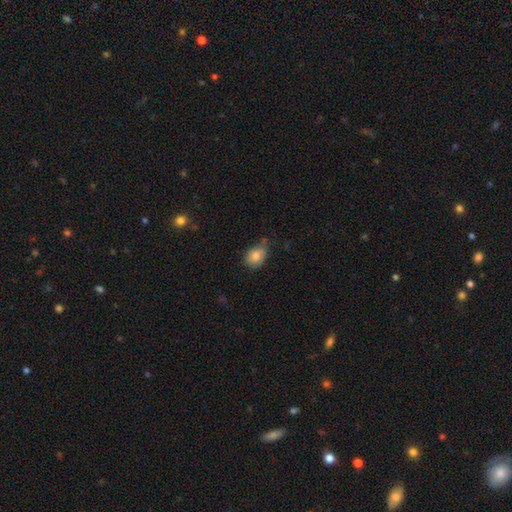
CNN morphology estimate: This is clearly a smooth galaxy (82%). How rounded: possibly in between (60%). Merging: possibly none (60%).